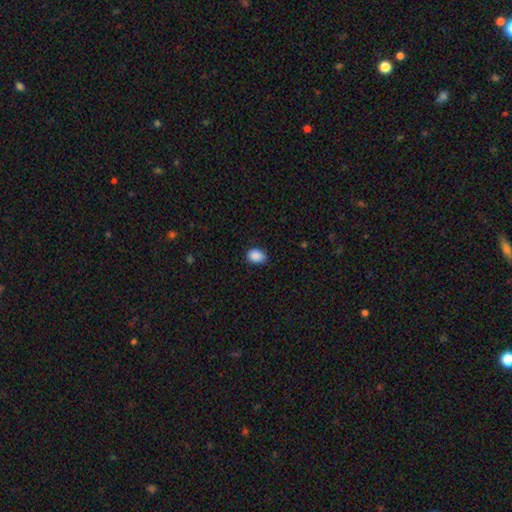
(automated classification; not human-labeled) Q: Smooth or featured?
A: smooth (89%); runner-up: star or artifact (8%)
Q: How rounded?
A: in between (71%); runner-up: round (28%)
Q: Merging?
A: none (81%); runner-up: minor disturbance (16%)